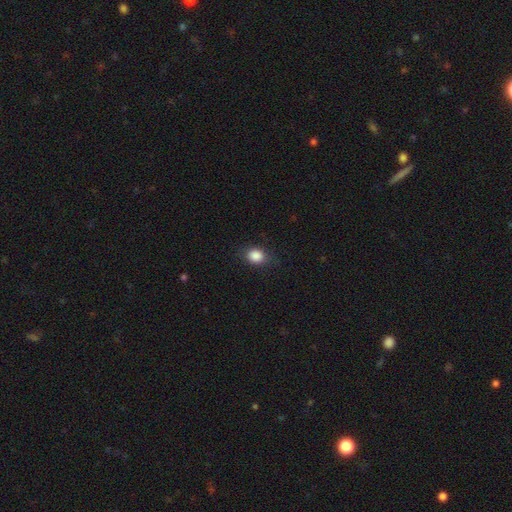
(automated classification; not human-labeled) A smooth galaxy with no disk features (87%) that is round (53%).

Vote fractions:
- Smooth or featured? smooth: 87% / star or artifact: 9% / featured or disk: 4%
- How rounded? round: 53% / in between: 46% / cigar-shaped: 1%
- Merging? none: 81% / minor disturbance: 14% / major disturbance: 4% / merger: 1%